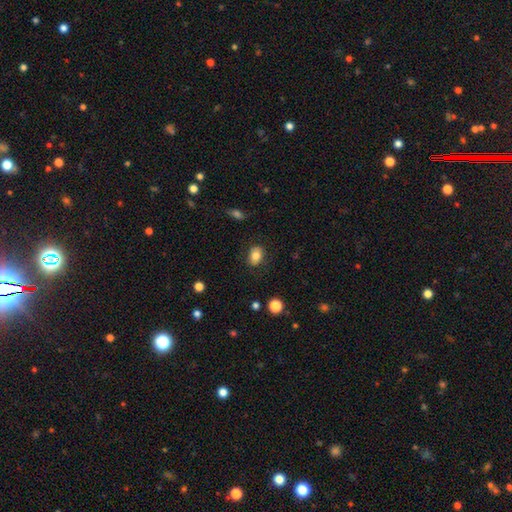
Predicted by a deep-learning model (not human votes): Smooth or featured: smooth — 81% (featured or disk — 10%)
How rounded: in between — 71% (round — 27%)
Merging: none — 84% (minor disturbance — 12%)